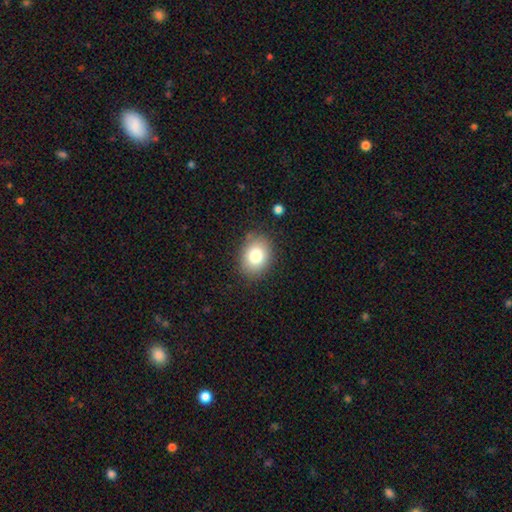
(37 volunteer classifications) Smooth or featured?
  - smooth: 86% *
  - featured or disk: 11%
  - star or artifact: 3%
How rounded?
  - in between: 56% *
  - round: 44%
  - cigar-shaped: 0%
Merging?
  - none: 83% *
  - minor disturbance: 11%
  - major disturbance: 3%
  - merger: 3%